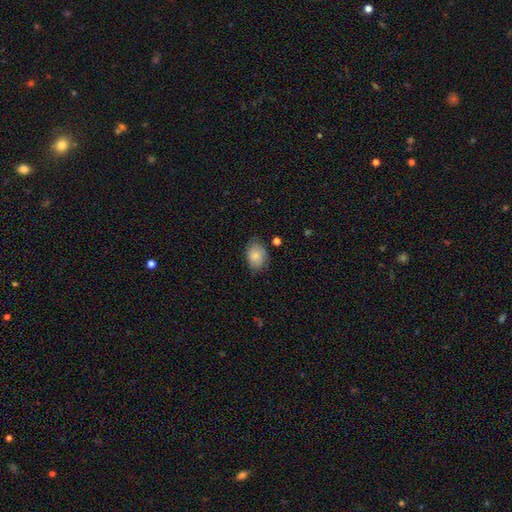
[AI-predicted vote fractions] smooth-or-featured: smooth: 82% | featured or disk: 11% | star or artifact: 7%
  how-rounded: in between: 70% | round: 29% | cigar-shaped: 1%
  merging: none: 71% | minor disturbance: 22% | major disturbance: 5% | merger: 2%